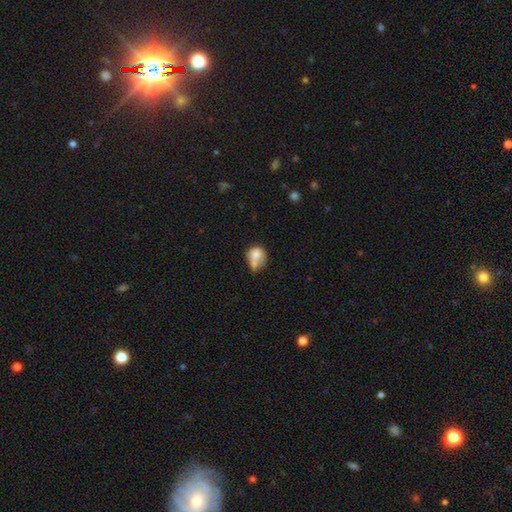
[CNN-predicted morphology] type=smooth (73%); roundness=round (54%); merging=merger (36%).